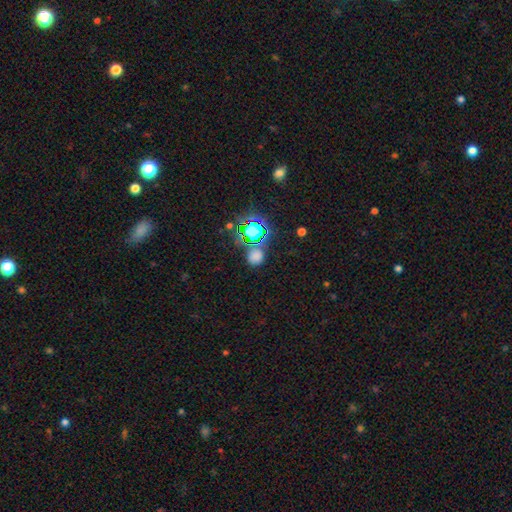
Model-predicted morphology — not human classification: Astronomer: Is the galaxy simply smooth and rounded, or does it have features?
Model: smooth — 58% (runner-up: star or artifact, 36%).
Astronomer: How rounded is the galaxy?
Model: round — 77%.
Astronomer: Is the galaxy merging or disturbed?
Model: none — 76%.